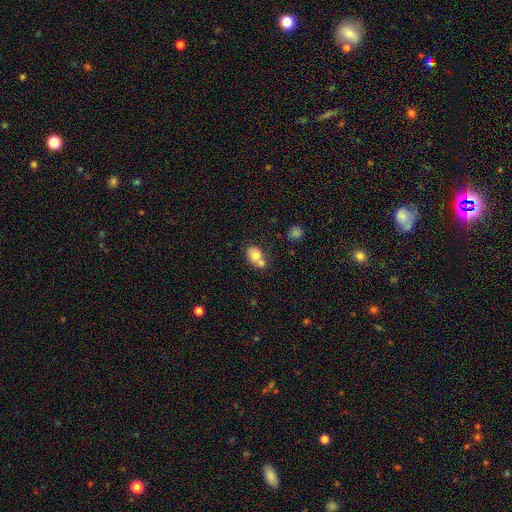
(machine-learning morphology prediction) Smooth or featured? smooth (74%)
How rounded? round (54%)
Merging? merger (51%)